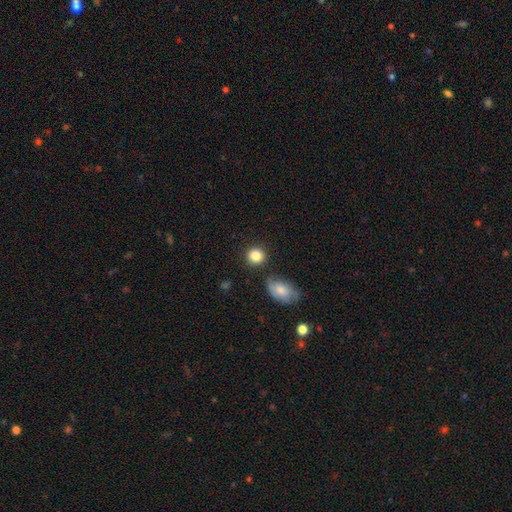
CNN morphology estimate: Smooth or featured? Predicted: smooth (p=0.86). How rounded? Predicted: round (p=0.85). Merging? Predicted: none (p=0.81).